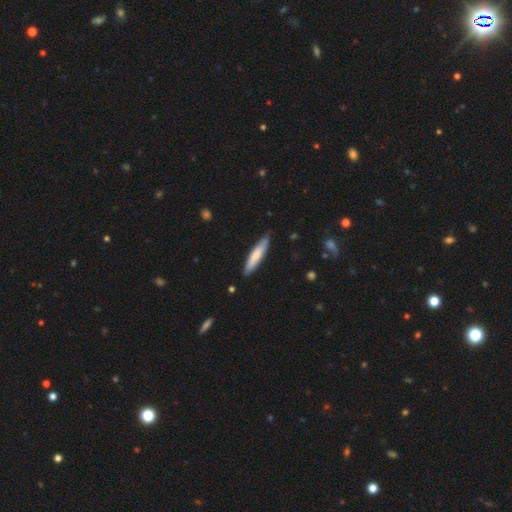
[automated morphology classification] Overall: smooth (71%). How rounded: cigar-shaped (85%). Merging: none (84%).